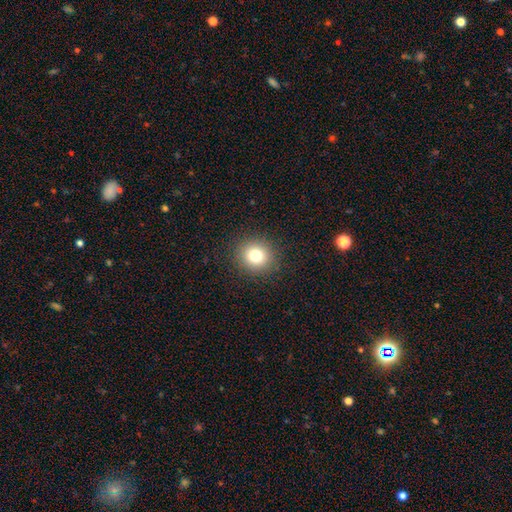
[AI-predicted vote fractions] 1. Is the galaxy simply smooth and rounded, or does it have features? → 80% smooth, 12% star or artifact, 8% featured or disk.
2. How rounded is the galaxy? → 84% round, 15% in between, 1% cigar-shaped.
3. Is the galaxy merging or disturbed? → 91% none, 6% minor disturbance, 2% major disturbance, 1% merger.